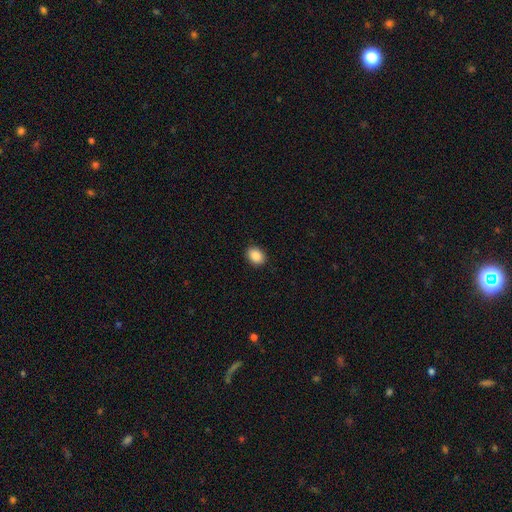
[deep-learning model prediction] This appears to be a smooth galaxy with no disk features (89%) that is in between round and cigar-shaped (68%). Merging: none (90%).